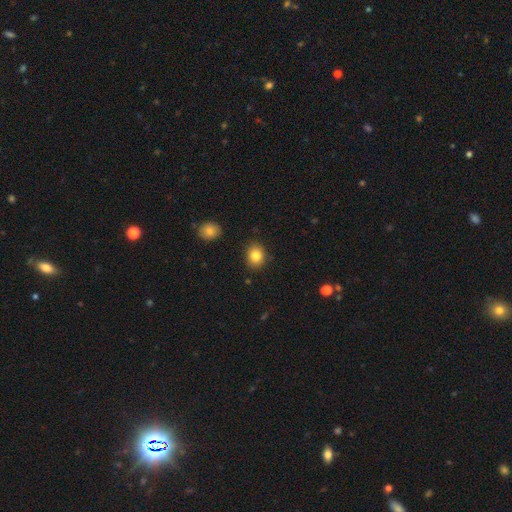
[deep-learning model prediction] Smooth or featured?
  - smooth: 84% *
  - star or artifact: 10%
  - featured or disk: 7%
How rounded?
  - round: 63% *
  - in between: 36%
  - cigar-shaped: 1%
Merging?
  - none: 88% *
  - minor disturbance: 9%
  - major disturbance: 2%
  - merger: 2%